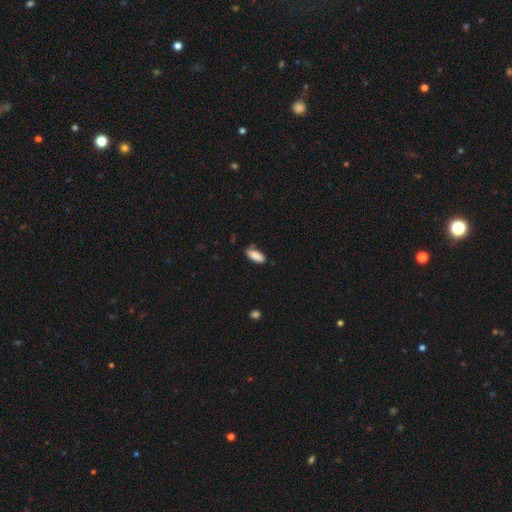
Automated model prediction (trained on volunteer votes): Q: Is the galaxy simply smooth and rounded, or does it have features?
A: smooth — 88%.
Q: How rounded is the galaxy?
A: in between — 83%.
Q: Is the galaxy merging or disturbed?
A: none — 76%.